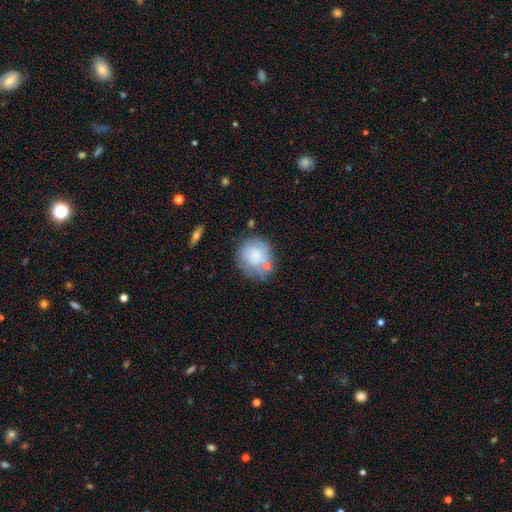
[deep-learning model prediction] smooth-or-featured: smooth: 70% | featured or disk: 22% | star or artifact: 8%
  how-rounded: round: 83% | in between: 16% | cigar-shaped: 1%
  merging: none: 53% | minor disturbance: 23% | merger: 14% | major disturbance: 10%